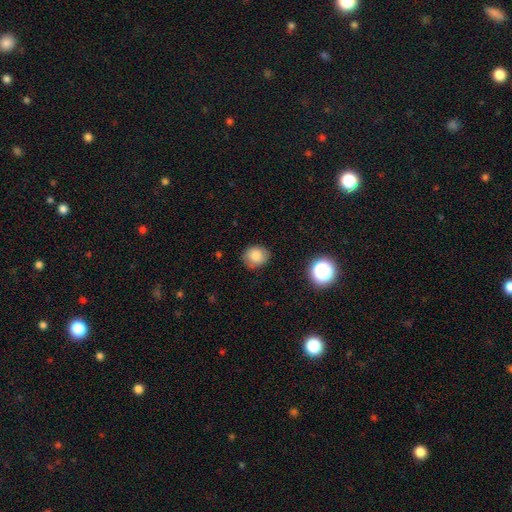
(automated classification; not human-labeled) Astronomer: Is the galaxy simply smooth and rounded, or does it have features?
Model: smooth — 80%.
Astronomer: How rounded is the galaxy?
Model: round — 70%.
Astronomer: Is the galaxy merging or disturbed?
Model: none — 79%.